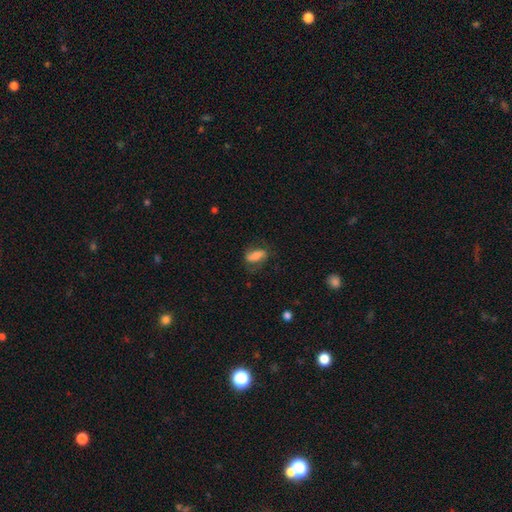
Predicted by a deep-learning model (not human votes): Smooth or featured? smooth (56%)
How rounded? in between (81%)
Merging? none (61%)